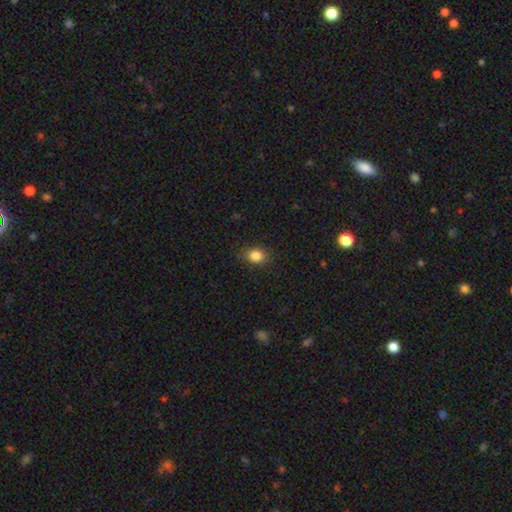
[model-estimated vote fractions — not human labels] smooth 85%, star or artifact 10%, featured or disk 5%. Down the decision tree: how rounded — in between (54%); merging — none (84%).